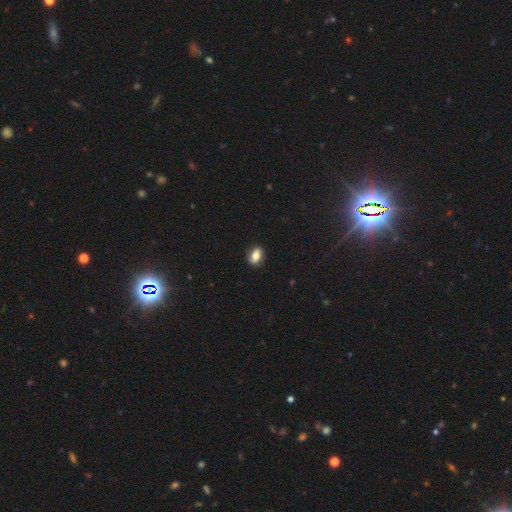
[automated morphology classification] Overall: smooth (70%). How rounded: in between (81%). Merging: none (85%).